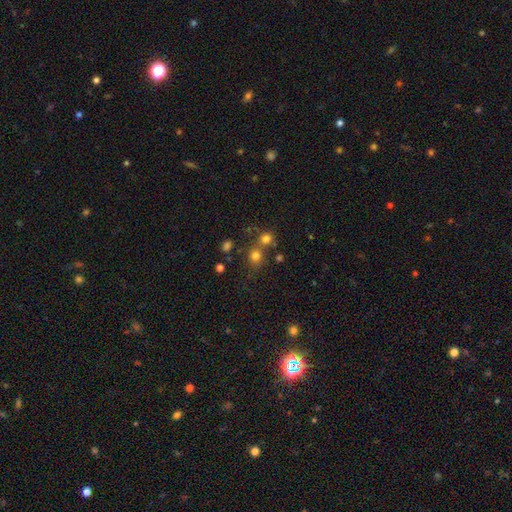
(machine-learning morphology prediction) Smooth or featured? Predicted: smooth (p=0.73). How rounded? Predicted: round (p=0.83). Merging? Predicted: none (p=0.61).